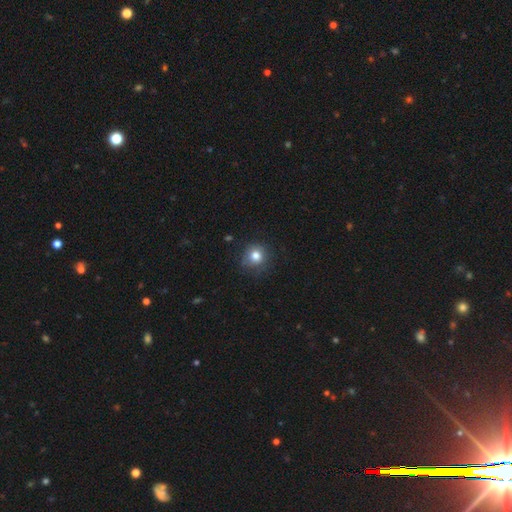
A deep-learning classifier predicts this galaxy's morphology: A smooth galaxy with no disk features (80%) that is round (87%).

Vote fractions:
- Smooth or featured? smooth: 80% / star or artifact: 11% / featured or disk: 8%
- How rounded? round: 87% / in between: 12% / cigar-shaped: 1%
- Merging? none: 76% / minor disturbance: 18% / major disturbance: 5% / merger: 1%